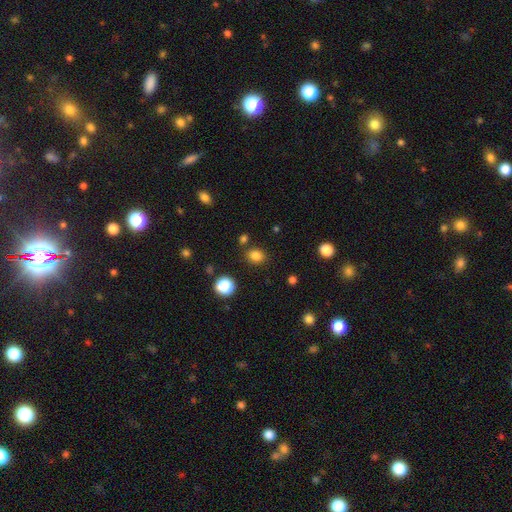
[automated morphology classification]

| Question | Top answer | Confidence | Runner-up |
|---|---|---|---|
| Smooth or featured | smooth | 82% | star or artifact (14%) |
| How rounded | round | 59% | in between (40%) |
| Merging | none | 83% | minor disturbance (9%) |